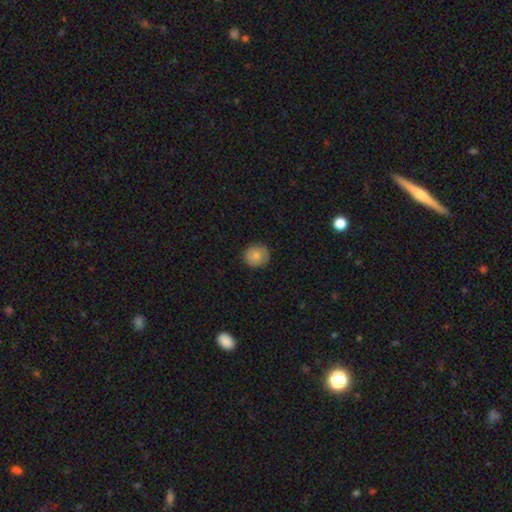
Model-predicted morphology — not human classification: Smooth or featured: smooth — 82% (featured or disk — 10%)
How rounded: round — 90% (in between — 9%)
Merging: none — 87% (minor disturbance — 10%)